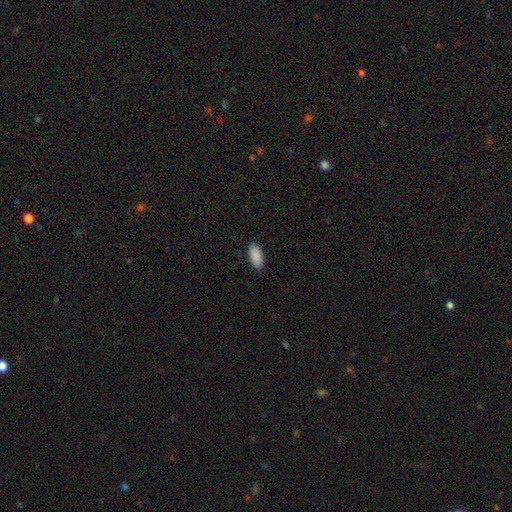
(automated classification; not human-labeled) A smooth galaxy with no disk features (91%) that is in between round and cigar-shaped (90%).

Vote fractions:
- Smooth or featured? smooth: 91% / star or artifact: 6% / featured or disk: 3%
- How rounded? in between: 90% / cigar-shaped: 8% / round: 2%
- Merging? none: 88% / minor disturbance: 9% / major disturbance: 2% / merger: 1%